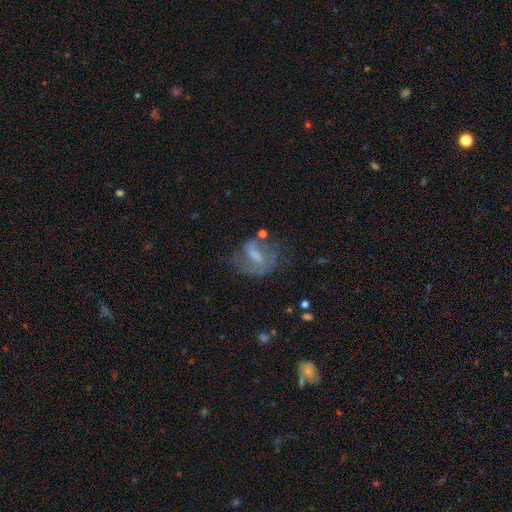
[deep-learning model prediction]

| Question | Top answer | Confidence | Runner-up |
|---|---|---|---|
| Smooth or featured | featured or disk | 61% | smooth (28%) |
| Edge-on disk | no | 95% | yes (5%) |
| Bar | weak | 45% | strong (34%) |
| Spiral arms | yes | 70% | no (30%) |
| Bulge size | small | 32% | moderate (30%) |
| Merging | none | 47% | major disturbance (25%) |